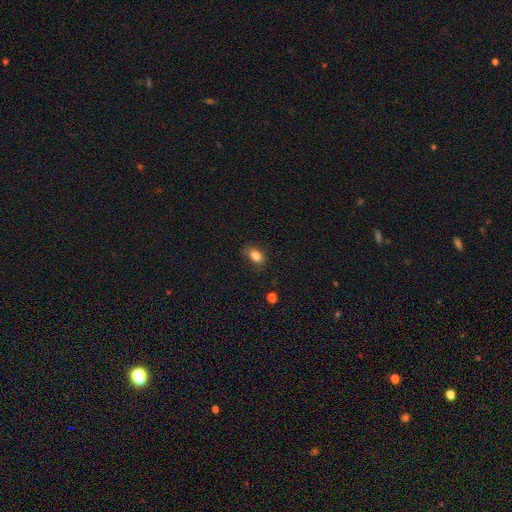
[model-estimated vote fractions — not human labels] Smooth or featured? smooth (84%)
How rounded? in between (79%)
Merging? none (79%)